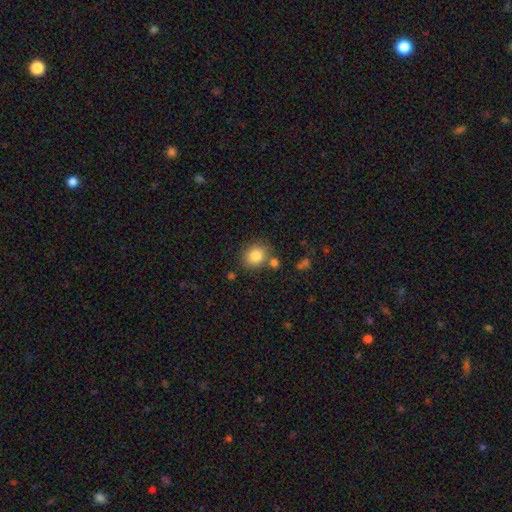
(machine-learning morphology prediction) smooth-or-featured: smooth: 84% | star or artifact: 9% | featured or disk: 7%
  how-rounded: round: 73% | in between: 26% | cigar-shaped: 1%
  merging: none: 71% | minor disturbance: 13% | merger: 12% | major disturbance: 4%